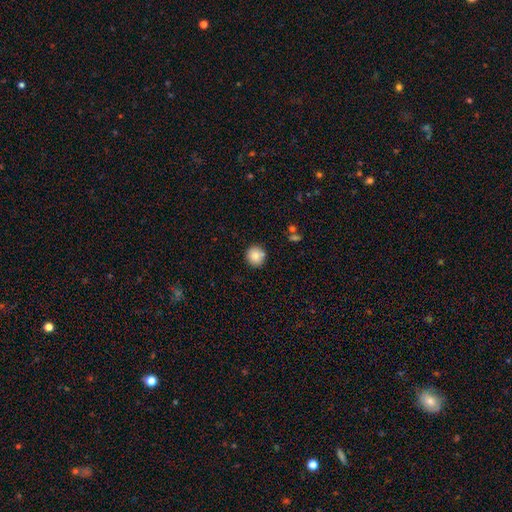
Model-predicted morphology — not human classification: A smooth galaxy with no disk features (83%) that is round (93%).

Vote fractions:
- Smooth or featured? smooth: 83% / star or artifact: 9% / featured or disk: 8%
- How rounded? round: 93% / in between: 6% / cigar-shaped: 1%
- Merging? none: 83% / minor disturbance: 10% / merger: 5% / major disturbance: 2%